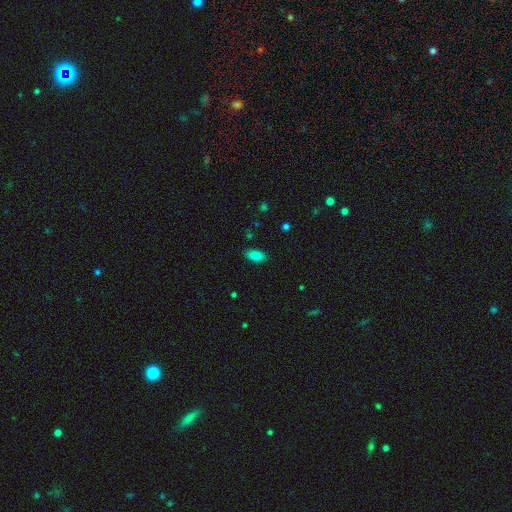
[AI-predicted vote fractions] Smooth or featured: smooth — 82% (star or artifact — 9%)
How rounded: in between — 91% (round — 5%)
Merging: none — 86% (minor disturbance — 10%)